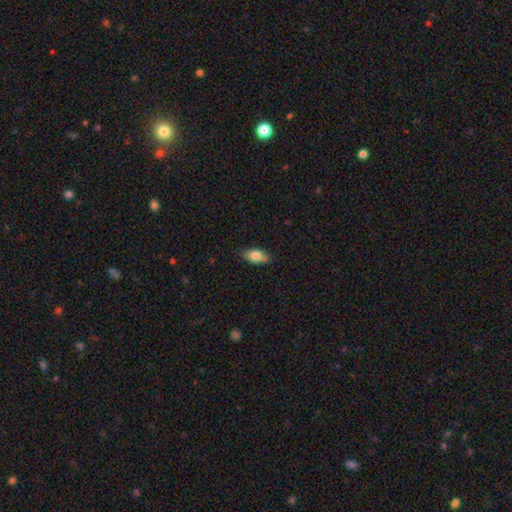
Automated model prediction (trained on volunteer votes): smooth_or_featured: smooth (p=0.78) [alt: featured or disk p=0.15]
how_rounded: in between (p=0.88) [alt: cigar-shaped p=0.07]
merging: none (p=0.82) [alt: minor disturbance p=0.15]